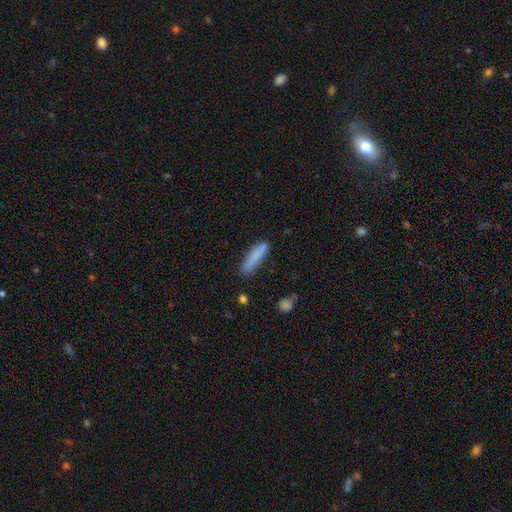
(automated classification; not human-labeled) Smooth or featured: smooth — 80% (featured or disk — 13%)
How rounded: cigar-shaped — 82% (in between — 17%)
Merging: none — 74% (minor disturbance — 18%)